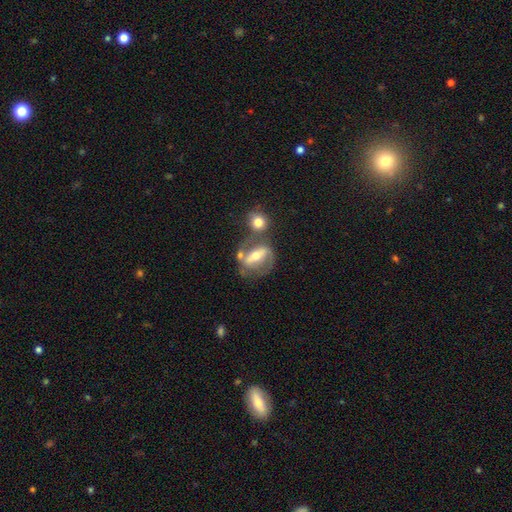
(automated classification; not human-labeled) The model was most divided on "merging": none: 49%, merger: 27%, minor disturbance: 14%, major disturbance: 9%. More confident: edge-on disk — no (90%); smooth or featured — featured or disk (70%); spiral arms — yes (68%); bar — strong (65%); bulge size — moderate (62%).